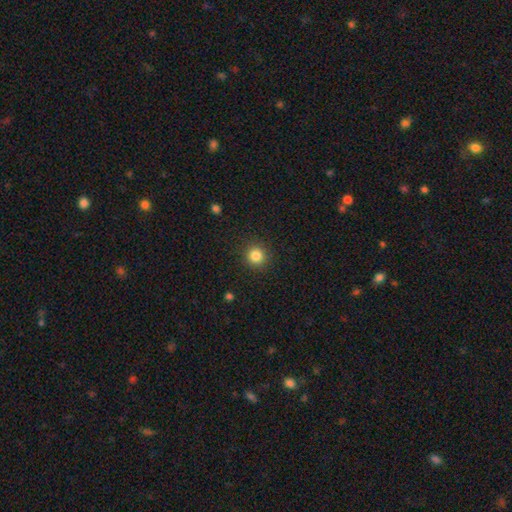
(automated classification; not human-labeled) smooth 84%, star or artifact 12%, featured or disk 5%. Down the decision tree: how rounded — round (94%); merging — none (91%).